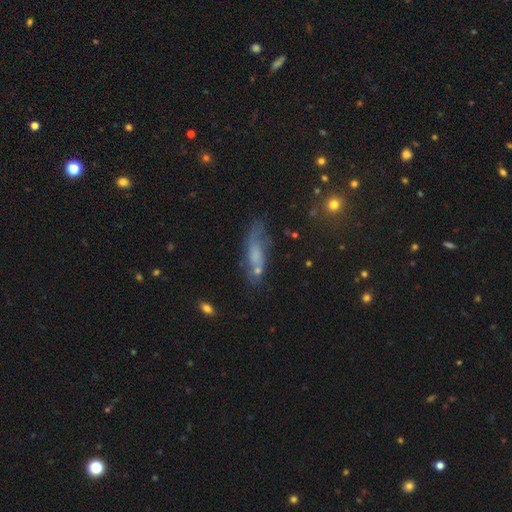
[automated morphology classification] The model was most divided on "how rounded": cigar-shaped: 56%, in between: 41%, round: 3%. More confident: merging — none (54%); smooth or featured — smooth (52%).